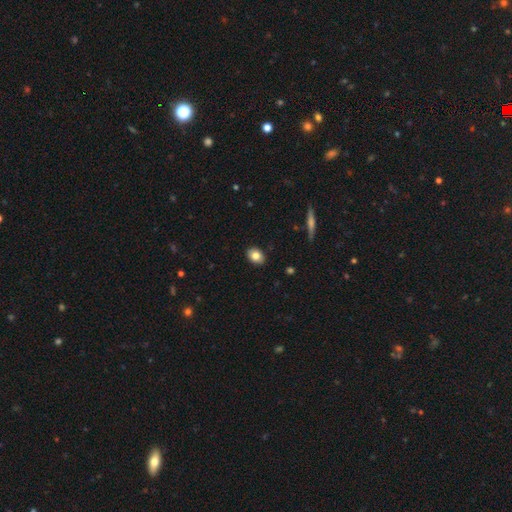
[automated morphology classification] Q: Smooth or featured?
A: smooth (81%); runner-up: featured or disk (11%)
Q: How rounded?
A: in between (72%); runner-up: round (27%)
Q: Merging?
A: none (89%); runner-up: minor disturbance (8%)